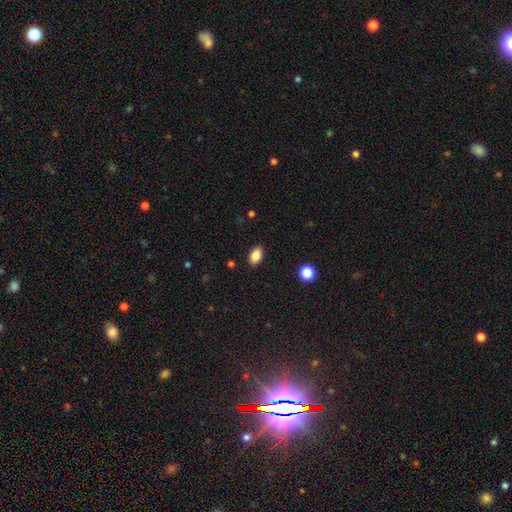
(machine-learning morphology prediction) The model was most divided on "smooth or featured": smooth: 85%, star or artifact: 9%, featured or disk: 7%. More confident: how rounded — in between (90%); merging — none (88%).